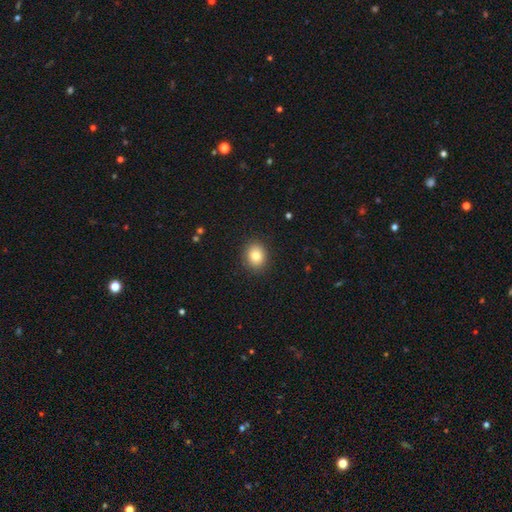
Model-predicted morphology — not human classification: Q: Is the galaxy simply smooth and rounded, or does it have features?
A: smooth — 82%.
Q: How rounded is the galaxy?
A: round — 63%.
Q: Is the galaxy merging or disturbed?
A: none — 90%.